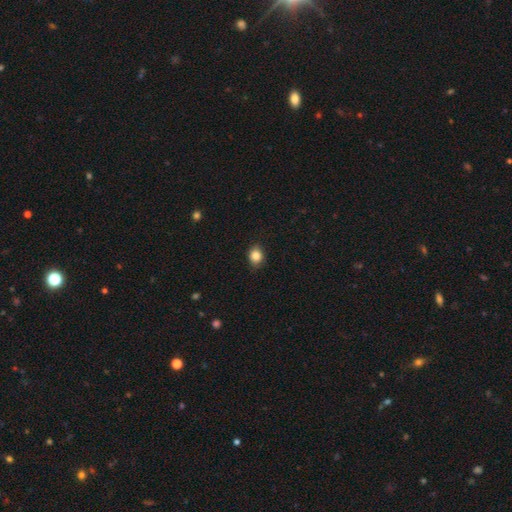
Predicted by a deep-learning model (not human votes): Overall: smooth (85%). How rounded: round (57%; in between 42%). Merging: none (85%).